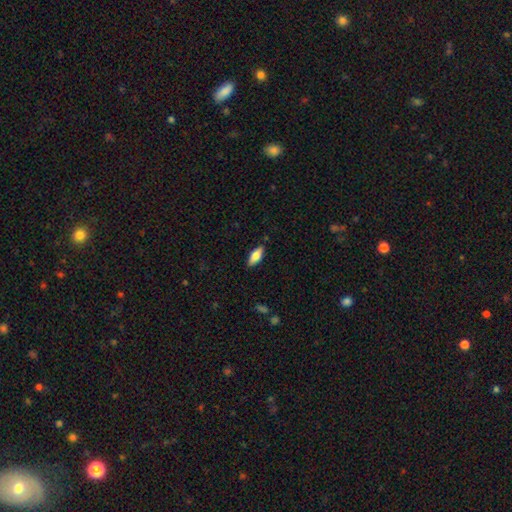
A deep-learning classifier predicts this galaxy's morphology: smooth_or_featured: smooth (p=0.73) [alt: featured or disk p=0.21]
how_rounded: in between (p=0.76) [alt: cigar-shaped p=0.22]
merging: none (p=0.87) [alt: minor disturbance p=0.10]